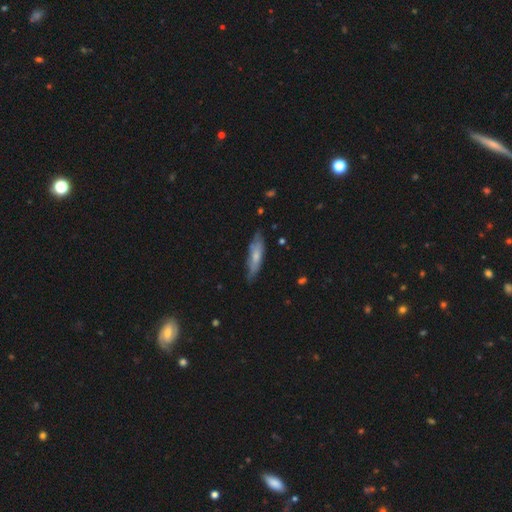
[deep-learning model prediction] Morphology: type=smooth (56%); roundness=cigar-shaped (65%); merging=none (70%).